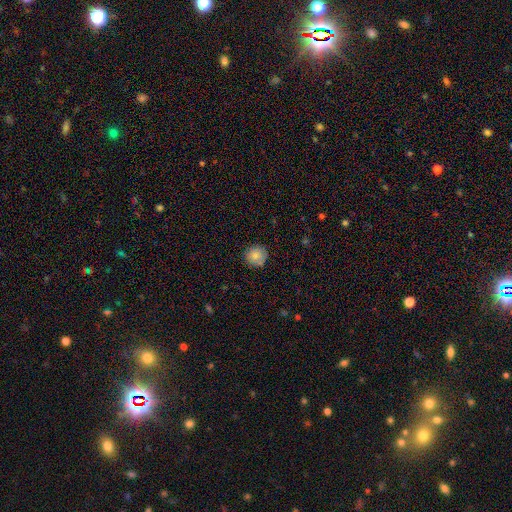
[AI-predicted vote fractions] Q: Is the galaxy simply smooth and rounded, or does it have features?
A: smooth — 82%.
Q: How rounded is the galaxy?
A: round — 93%.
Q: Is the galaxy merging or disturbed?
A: none — 85%.